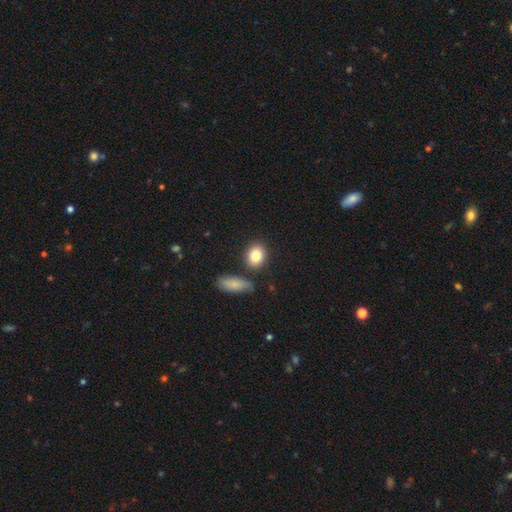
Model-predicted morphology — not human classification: Smooth or featured? Predicted: smooth (p=0.83). How rounded? Predicted: in between (p=0.52). Merging? Predicted: none (p=0.77).